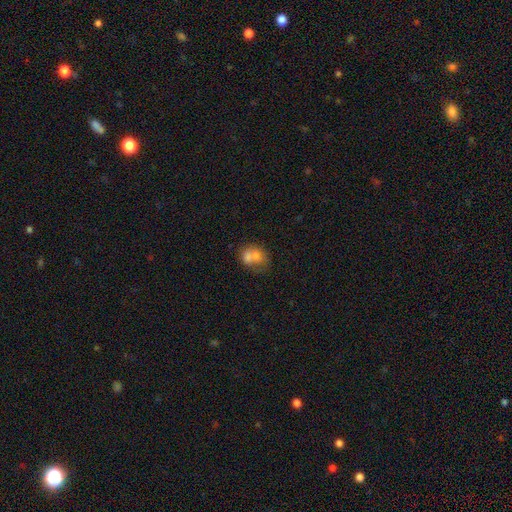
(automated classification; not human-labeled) Smooth or featured? Predicted: smooth (p=0.65). How rounded? Predicted: round (p=0.57). Merging? Predicted: merger (p=0.62).